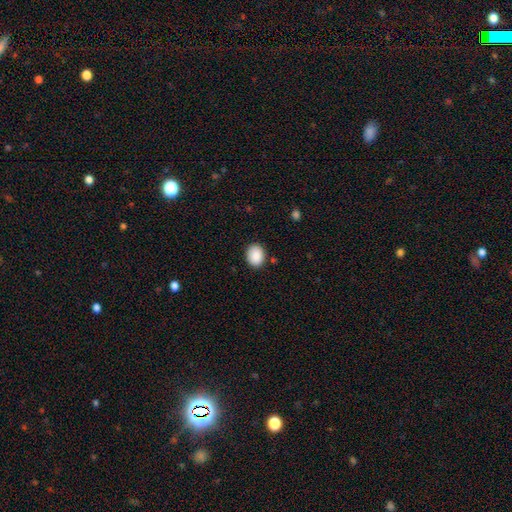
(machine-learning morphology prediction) The model was most divided on "how rounded": in between: 56%, round: 43%, cigar-shaped: 1%. More confident: smooth or featured — smooth (89%); merging — none (87%).